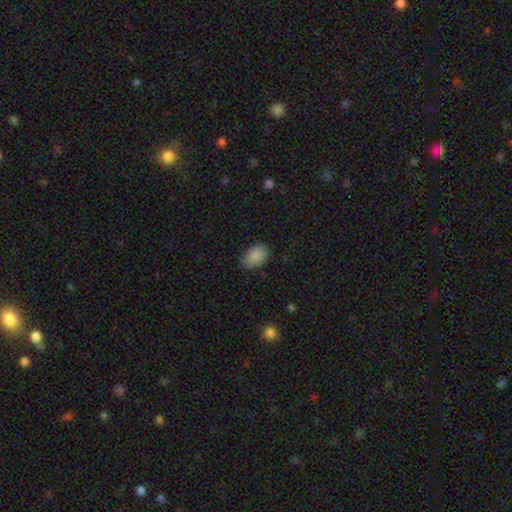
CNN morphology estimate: A smooth galaxy with no disk features (88%) that is in between round and cigar-shaped (87%). Merging: none (77%).